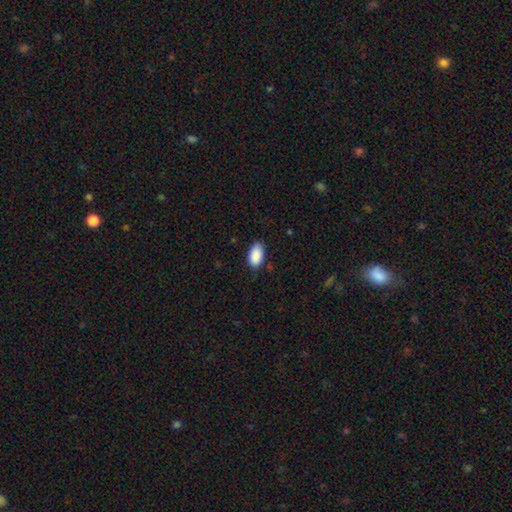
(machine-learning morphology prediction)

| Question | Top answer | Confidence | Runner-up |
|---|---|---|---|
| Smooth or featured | smooth | 90% | star or artifact (7%) |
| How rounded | in between | 94% | round (3%) |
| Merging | none | 80% | minor disturbance (16%) |